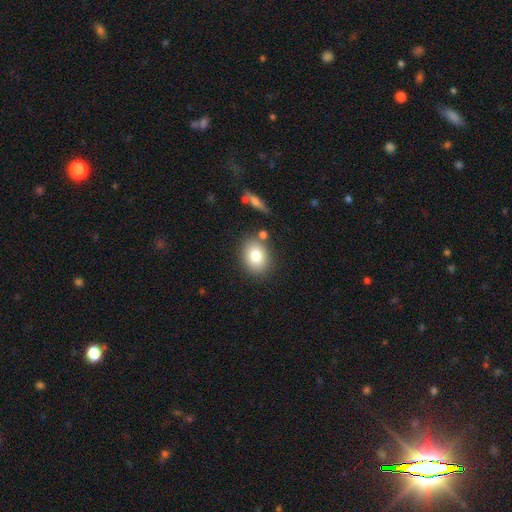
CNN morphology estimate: A smooth galaxy with no disk features (80%) that is in between round and cigar-shaped (58%). Merging: none (78%).